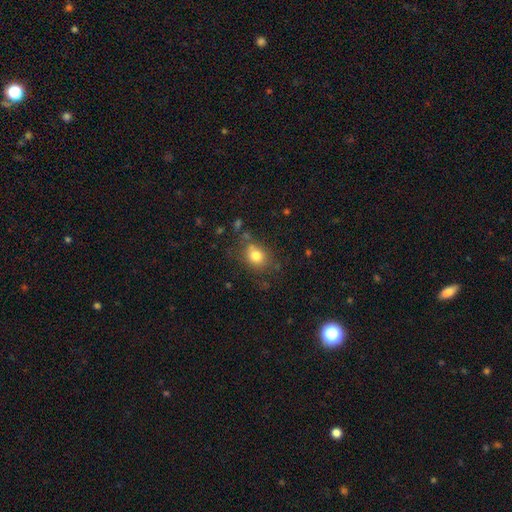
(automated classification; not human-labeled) Q: Smooth or featured?
A: smooth (79%); runner-up: star or artifact (11%)
Q: How rounded?
A: in between (50%); runner-up: round (49%)
Q: Merging?
A: none (66%); runner-up: minor disturbance (20%)